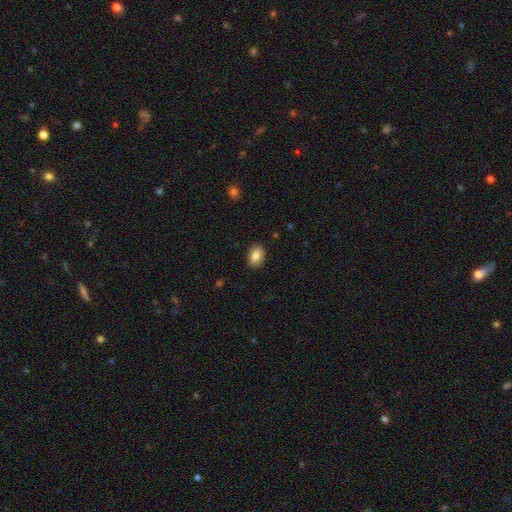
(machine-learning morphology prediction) Overall: smooth (83%). How rounded: in between (77%). Merging: none (88%).